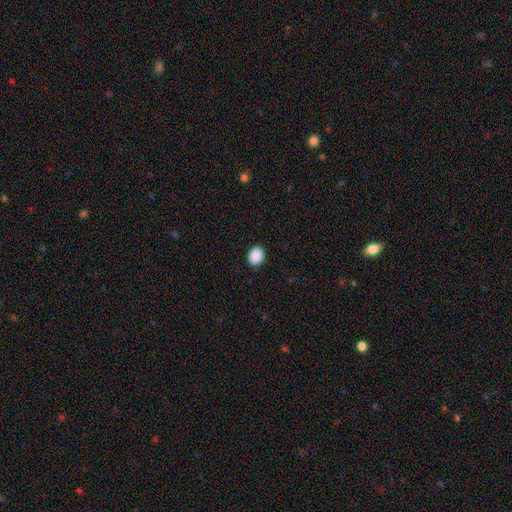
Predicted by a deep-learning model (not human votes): A smooth galaxy with no disk features (90%) that is in between round and cigar-shaped (60%). Merging: none (91%).